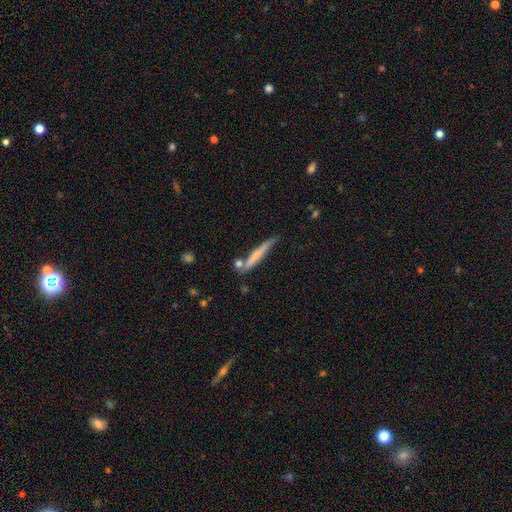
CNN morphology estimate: smooth-or-featured: smooth: 57% | featured or disk: 36% | star or artifact: 6%
  how-rounded: cigar-shaped: 95% | in between: 4% | round: 2%
  merging: none: 69% | minor disturbance: 18% | merger: 9% | major disturbance: 4%